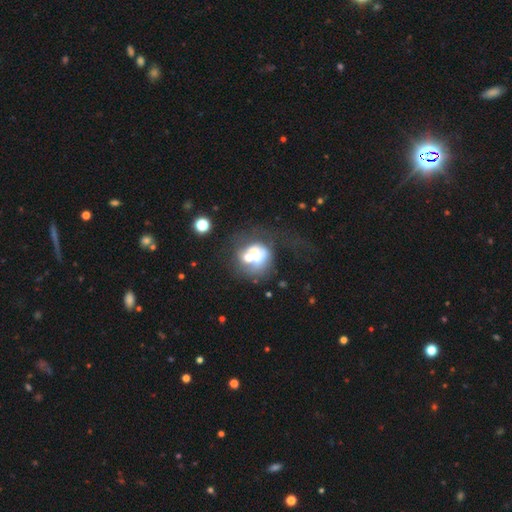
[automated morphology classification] A featured or disk galaxy (43%). Merging: merger (40%).